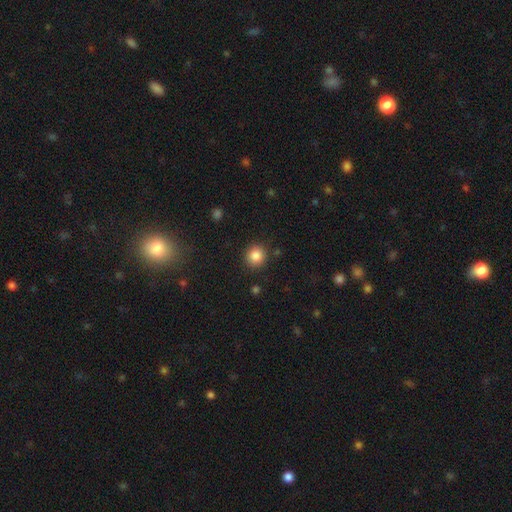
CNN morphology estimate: smooth 86%, star or artifact 10%, featured or disk 4%. Down the decision tree: how rounded — round (91%); merging — none (89%).